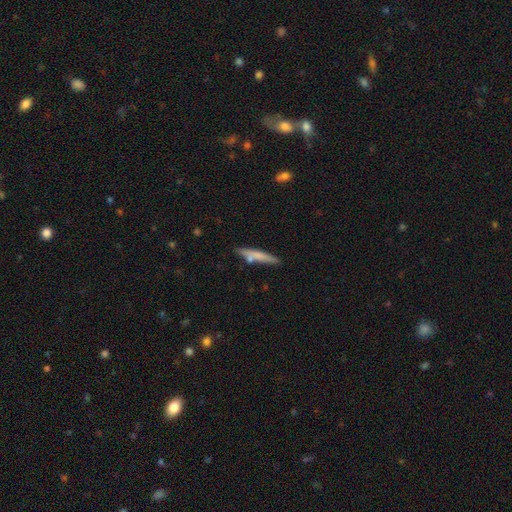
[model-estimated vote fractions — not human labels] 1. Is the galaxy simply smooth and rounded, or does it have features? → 66% smooth, 28% featured or disk, 6% star or artifact.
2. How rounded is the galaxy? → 92% cigar-shaped, 7% in between, 1% round.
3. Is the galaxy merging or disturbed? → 75% none, 14% minor disturbance, 8% merger, 3% major disturbance.